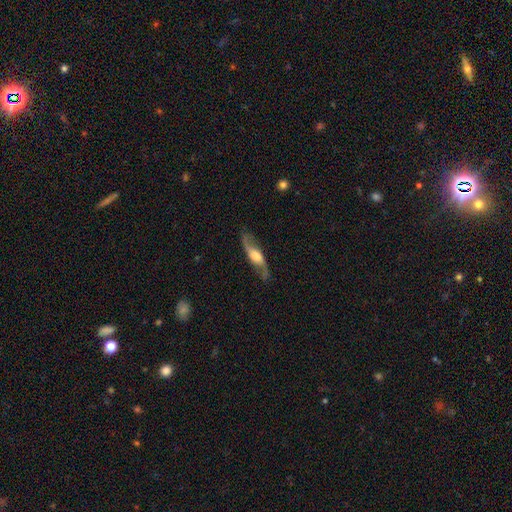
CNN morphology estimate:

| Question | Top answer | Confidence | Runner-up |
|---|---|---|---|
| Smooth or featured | featured or disk | 80% | smooth (14%) |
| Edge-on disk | no | 77% | yes (23%) |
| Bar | no | 49% | weak (37%) |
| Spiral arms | yes | 94% | no (6%) |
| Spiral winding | loose | 70% | medium (24%) |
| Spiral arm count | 2 | 93% | can't tell (3%) |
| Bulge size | moderate | 40% | large (38%) |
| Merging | none | 80% | minor disturbance (13%) |